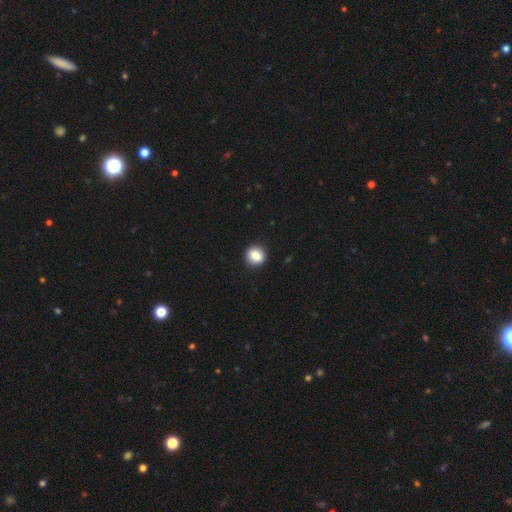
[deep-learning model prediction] Morphology: type=smooth (86%); roundness=round (79%); merging=none (91%).